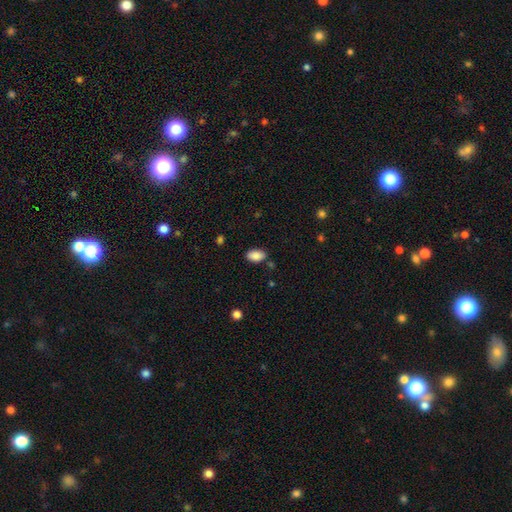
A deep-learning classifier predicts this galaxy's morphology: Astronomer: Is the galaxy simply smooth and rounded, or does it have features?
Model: smooth — 88%.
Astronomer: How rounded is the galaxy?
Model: in between — 92%.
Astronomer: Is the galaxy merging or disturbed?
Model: none — 82%.